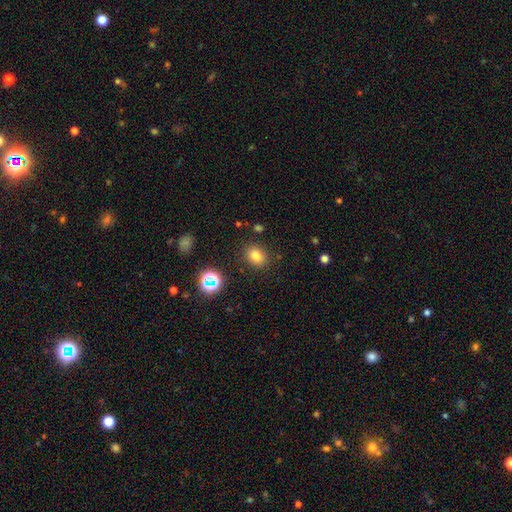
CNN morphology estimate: A smooth galaxy with no disk features (77%) that is in between round and cigar-shaped (52%).

Vote fractions:
- Smooth or featured? smooth: 77% / star or artifact: 15% / featured or disk: 7%
- How rounded? in between: 52% / round: 47% / cigar-shaped: 1%
- Merging? none: 84% / minor disturbance: 10% / major disturbance: 3% / merger: 3%